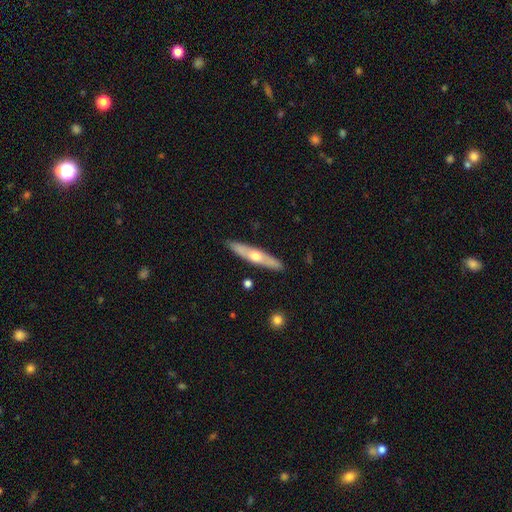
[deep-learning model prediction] A featured or disk galaxy (59%) viewed edge-on (86%) with a rounded central bulge (89%). Merging: none (89%).